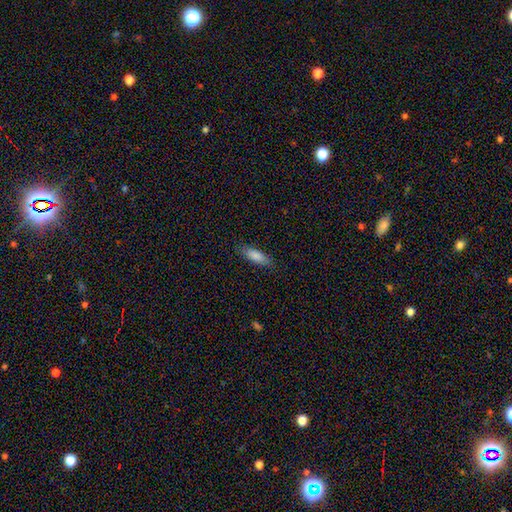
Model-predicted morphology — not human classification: smooth_or_featured: smooth (p=0.85) [alt: featured or disk p=0.09]
how_rounded: in between (p=0.56) [alt: cigar-shaped p=0.42]
merging: none (p=0.84) [alt: minor disturbance p=0.12]